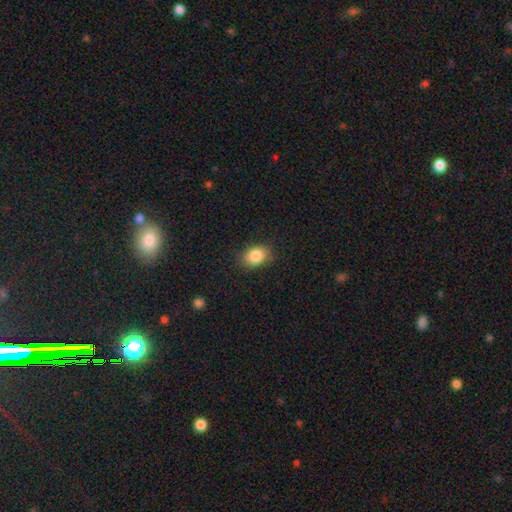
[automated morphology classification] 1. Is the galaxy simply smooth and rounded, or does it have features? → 85% smooth, 8% star or artifact, 6% featured or disk.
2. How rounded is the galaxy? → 78% in between, 21% round, 1% cigar-shaped.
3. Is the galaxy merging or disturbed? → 84% none, 12% minor disturbance, 3% major disturbance, 1% merger.